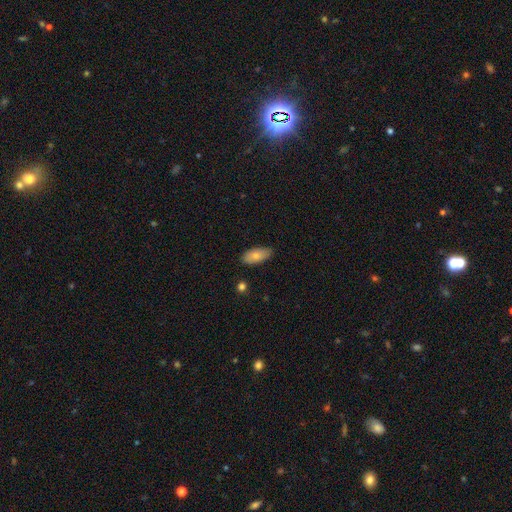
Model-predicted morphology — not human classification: This appears to be a smooth galaxy with no disk features (78%) that is in between round and cigar-shaped (89%). Merging: none (78%).